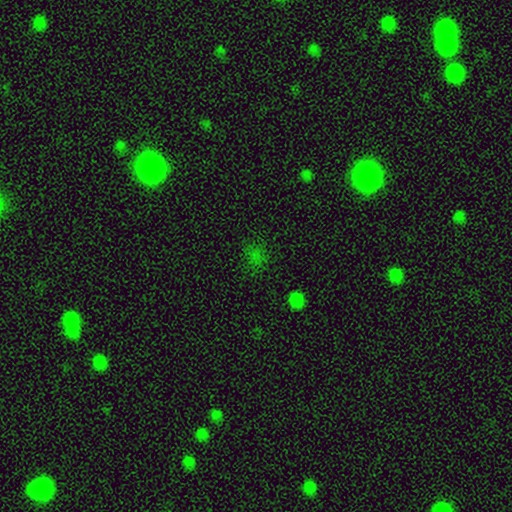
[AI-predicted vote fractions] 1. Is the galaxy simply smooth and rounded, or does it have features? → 50% smooth, 43% star or artifact, 7% featured or disk.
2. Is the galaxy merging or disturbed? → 71% none, 15% minor disturbance, 10% major disturbance, 4% merger.